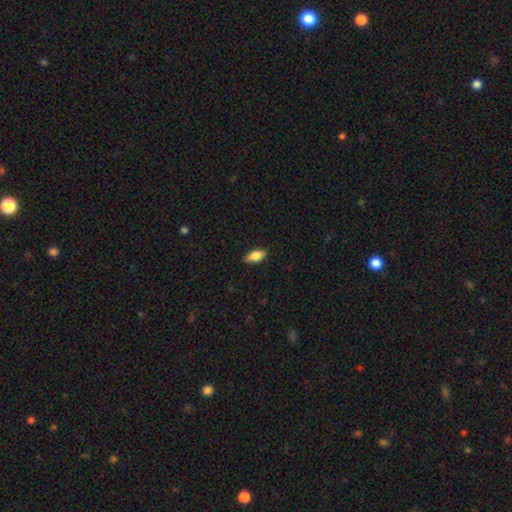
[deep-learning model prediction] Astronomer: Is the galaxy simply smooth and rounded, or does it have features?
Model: smooth — 80%.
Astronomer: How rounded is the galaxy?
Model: in between — 88%.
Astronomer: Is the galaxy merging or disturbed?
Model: none — 87%.